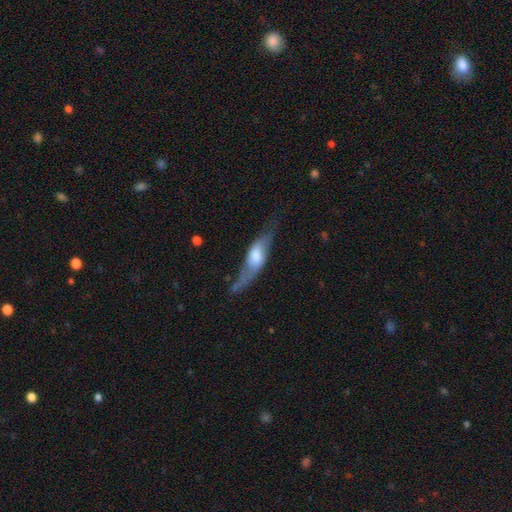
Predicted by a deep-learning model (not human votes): Overall: featured or disk (50%; smooth 44%). Merging: none (47%; minor disturbance 29%).